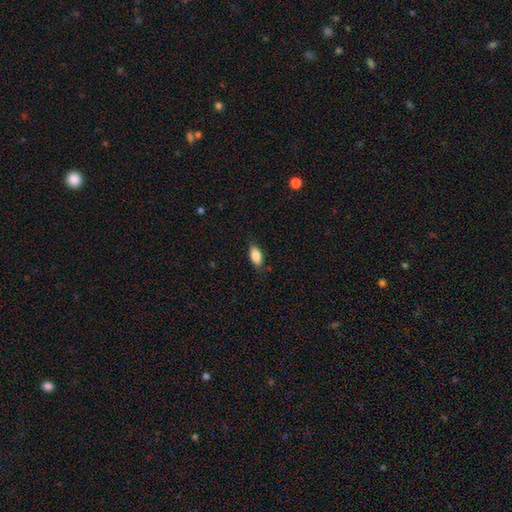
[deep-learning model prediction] Smooth or featured? smooth (85%)
How rounded? in between (89%)
Merging? none (82%)